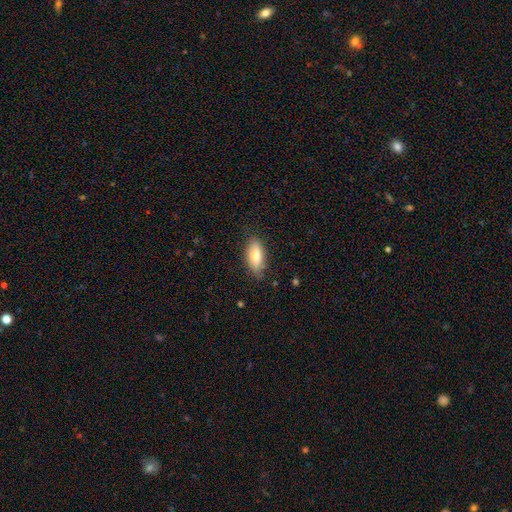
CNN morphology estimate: smooth_or_featured: smooth (p=0.76) [alt: featured or disk p=0.17]
how_rounded: in between (p=0.86) [alt: cigar-shaped p=0.11]
merging: none (p=0.77) [alt: minor disturbance p=0.18]